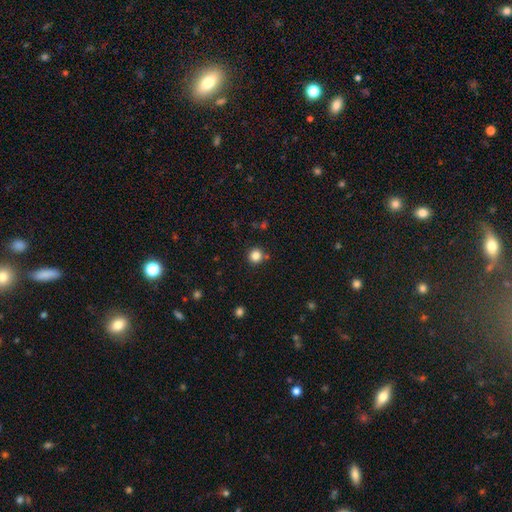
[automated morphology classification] Q: Smooth or featured?
A: smooth (84%); runner-up: star or artifact (12%)
Q: How rounded?
A: round (93%); runner-up: in between (6%)
Q: Merging?
A: none (83%); runner-up: minor disturbance (9%)